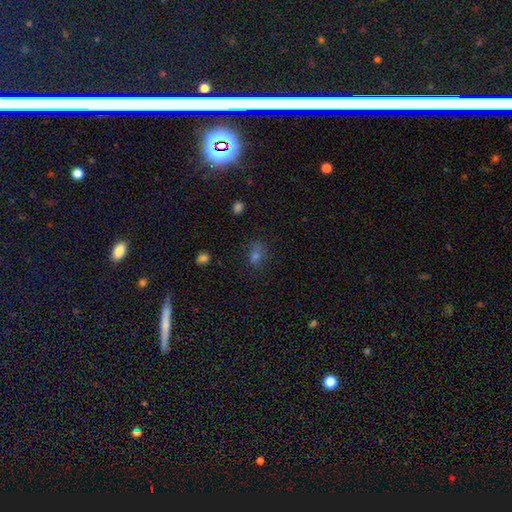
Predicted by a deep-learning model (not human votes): A smooth galaxy with no disk features (58%) that is in between round and cigar-shaped (56%).

Vote fractions:
- Smooth or featured? smooth: 58% / star or artifact: 29% / featured or disk: 13%
- How rounded? in between: 56% / round: 41% / cigar-shaped: 3%
- Merging? none: 67% / minor disturbance: 20% / major disturbance: 9% / merger: 4%